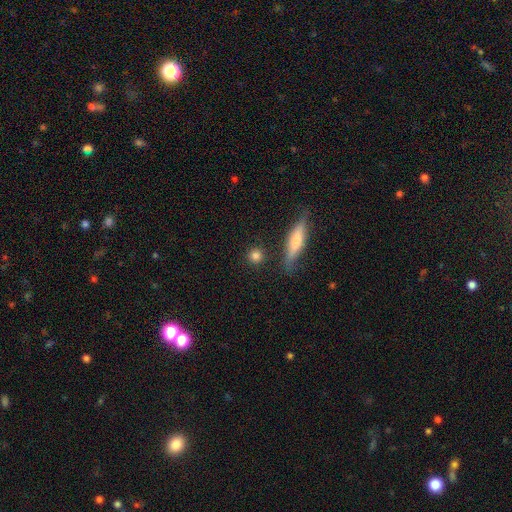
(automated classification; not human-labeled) Smooth or featured? smooth (81%)
How rounded? round (83%)
Merging? none (86%)